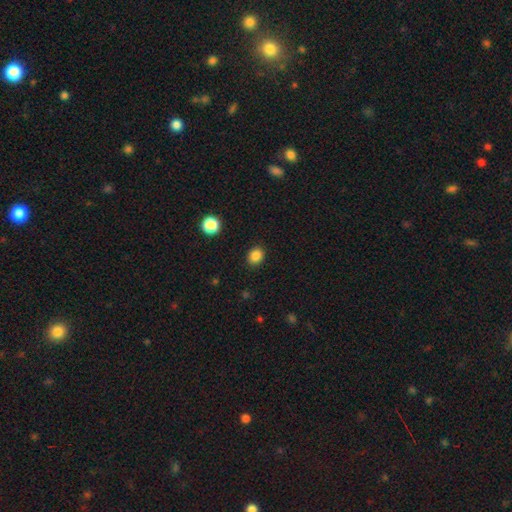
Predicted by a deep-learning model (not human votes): Smooth or featured?
  - smooth: 85% *
  - star or artifact: 11%
  - featured or disk: 4%
How rounded?
  - round: 59% *
  - in between: 40%
  - cigar-shaped: 1%
Merging?
  - none: 88% *
  - minor disturbance: 8%
  - major disturbance: 2%
  - merger: 1%